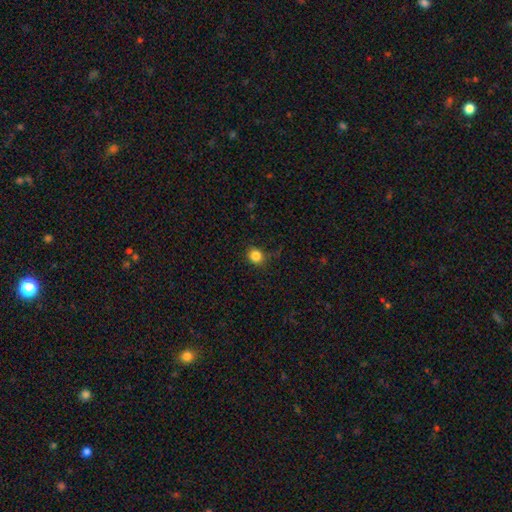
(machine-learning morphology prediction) A smooth galaxy with no disk features (83%) that is round (85%).

Vote fractions:
- Smooth or featured? smooth: 83% / star or artifact: 12% / featured or disk: 4%
- How rounded? round: 85% / in between: 14% / cigar-shaped: 1%
- Merging? none: 81% / minor disturbance: 14% / major disturbance: 4% / merger: 1%